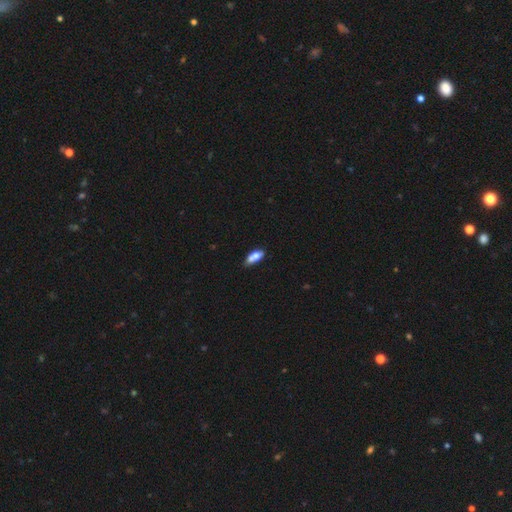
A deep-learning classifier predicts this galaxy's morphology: smooth_or_featured: smooth (p=0.73) [alt: featured or disk p=0.20]
how_rounded: in between (p=0.75) [alt: cigar-shaped p=0.22]
merging: none (p=0.46) [alt: minor disturbance p=0.33]